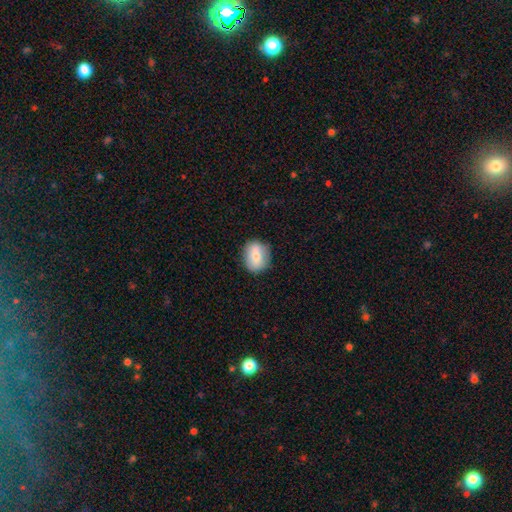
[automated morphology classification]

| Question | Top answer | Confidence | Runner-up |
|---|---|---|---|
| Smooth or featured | smooth | 71% | featured or disk (21%) |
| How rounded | round | 52% | in between (46%) |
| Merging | none | 83% | minor disturbance (13%) |